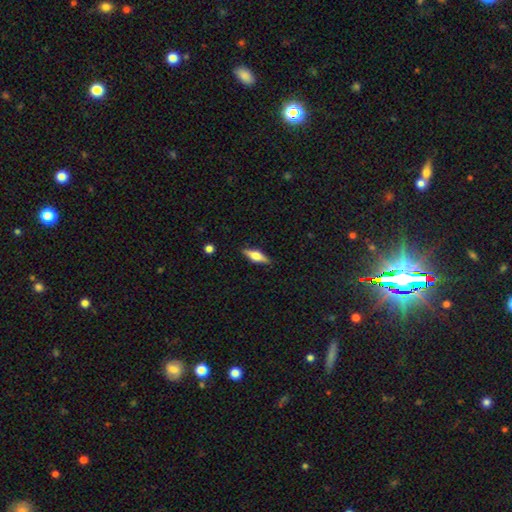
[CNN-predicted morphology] Q: Smooth or featured?
A: featured or disk (51%); runner-up: smooth (43%)
Q: Edge-on disk?
A: yes (94%); runner-up: no (6%)
Q: Merging?
A: none (88%); runner-up: minor disturbance (9%)